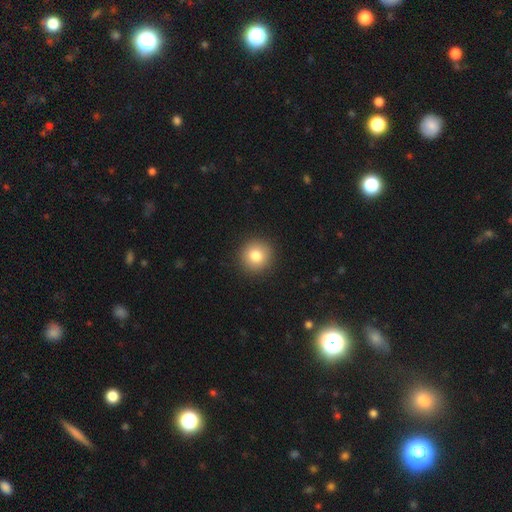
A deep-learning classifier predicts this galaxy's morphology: Smooth or featured? smooth (81%)
How rounded? round (93%)
Merging? none (92%)